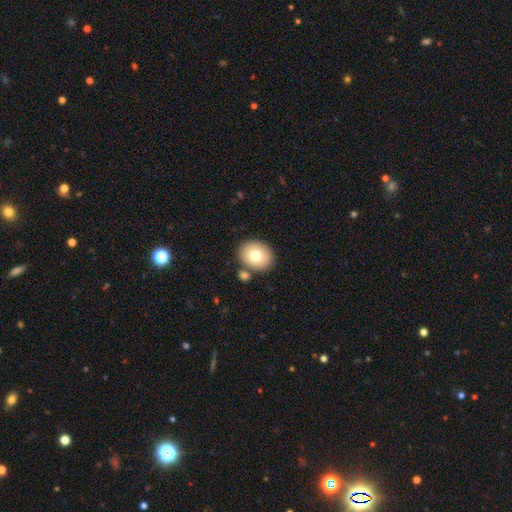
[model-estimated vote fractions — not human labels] smooth 75%, featured or disk 16%, star or artifact 9%. Down the decision tree: how rounded — round (55%); merging — none (79%).